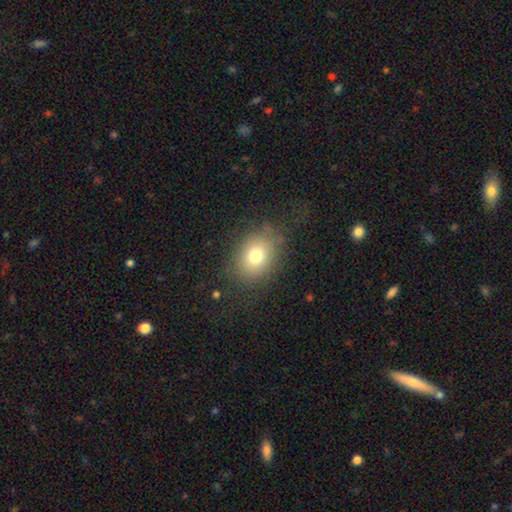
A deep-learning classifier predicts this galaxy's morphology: This appears to be a smooth galaxy with no disk features (76%) that is in between round and cigar-shaped (57%). Merging: none (78%).